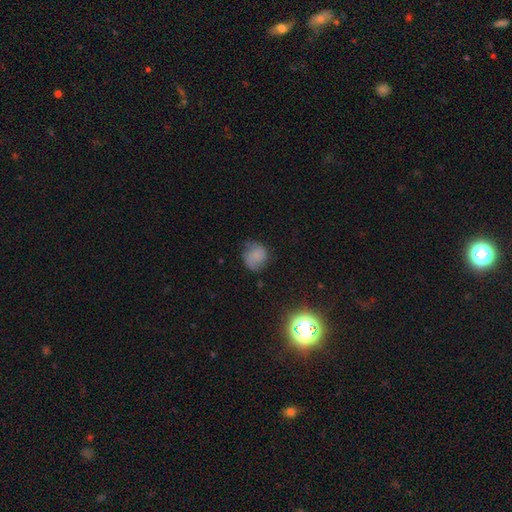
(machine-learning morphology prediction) smooth-or-featured: smooth: 64% | featured or disk: 24% | star or artifact: 12%
  how-rounded: round: 79% | in between: 20% | cigar-shaped: 1%
  merging: none: 60% | minor disturbance: 27% | major disturbance: 11% | merger: 2%